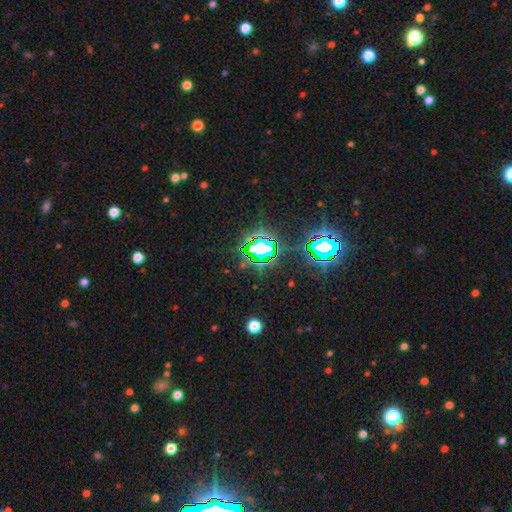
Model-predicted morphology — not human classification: smooth-or-featured: star or artifact: 78% | smooth: 13% | featured or disk: 9%